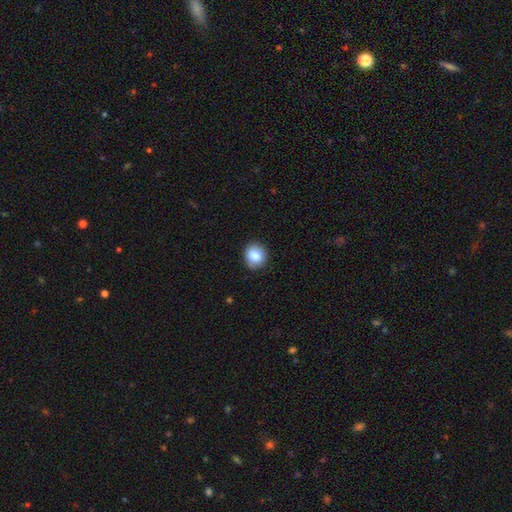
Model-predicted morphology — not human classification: smooth_or_featured: smooth (p=0.84) [alt: star or artifact p=0.08]
how_rounded: round (p=0.82) [alt: in between p=0.17]
merging: none (p=0.87) [alt: minor disturbance p=0.10]